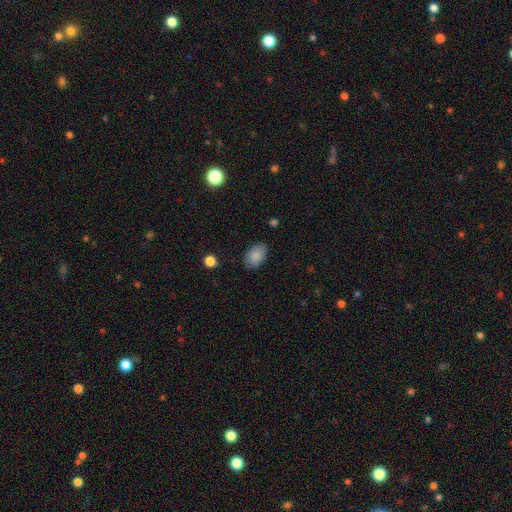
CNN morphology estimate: Smooth or featured?
  - smooth: 86% *
  - star or artifact: 7%
  - featured or disk: 6%
How rounded?
  - in between: 90% *
  - round: 9%
  - cigar-shaped: 1%
Merging?
  - none: 82% *
  - minor disturbance: 13%
  - major disturbance: 3%
  - merger: 1%